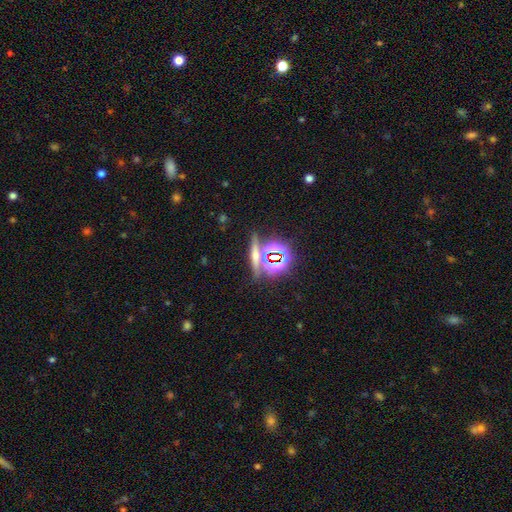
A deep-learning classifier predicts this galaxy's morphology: Smooth or featured?
  - star or artifact: 39% *
  - smooth: 34%
  - featured or disk: 26%